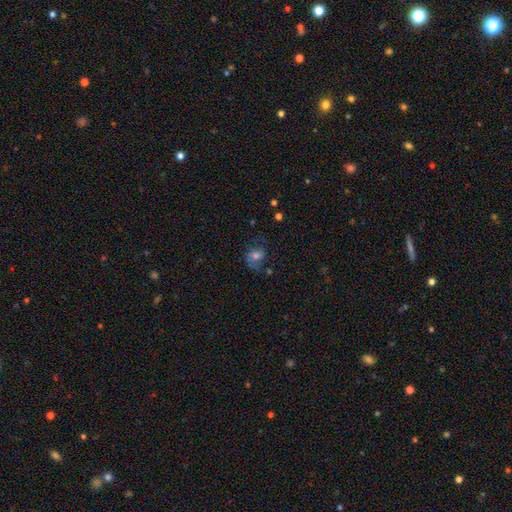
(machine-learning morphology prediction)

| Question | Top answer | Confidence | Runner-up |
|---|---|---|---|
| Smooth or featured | smooth | 56% | featured or disk (32%) |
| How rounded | in between | 58% | round (40%) |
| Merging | none | 47% | minor disturbance (26%) |